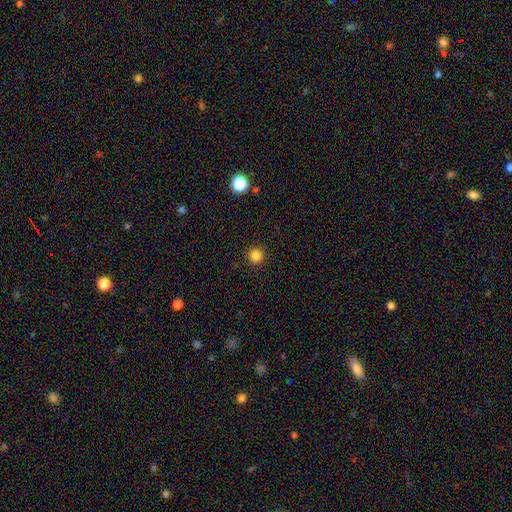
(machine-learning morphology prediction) The model was most divided on "smooth or featured": smooth: 83%, star or artifact: 13%, featured or disk: 4%. More confident: how rounded — round (95%); merging — none (92%).